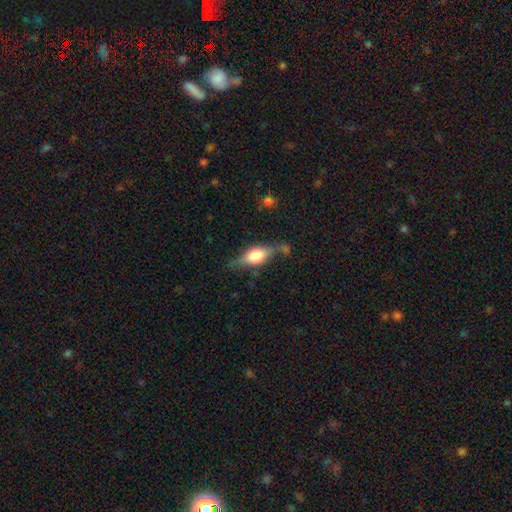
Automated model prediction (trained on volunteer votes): A featured or disk galaxy (50%) viewed edge-on (87%). Merging: none (63%).